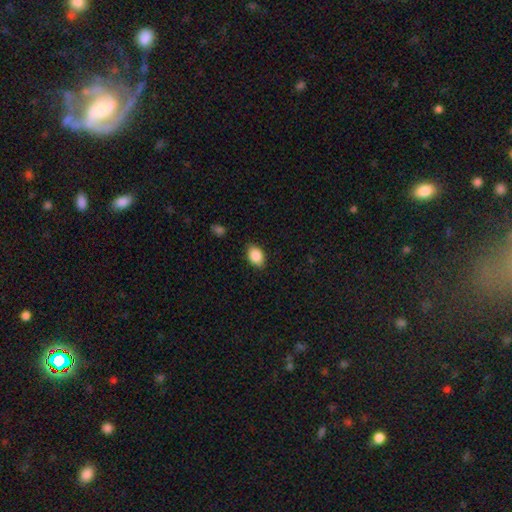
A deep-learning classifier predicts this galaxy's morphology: Smooth or featured: smooth — 88% (star or artifact — 7%)
How rounded: in between — 82% (round — 17%)
Merging: none — 85% (minor disturbance — 11%)